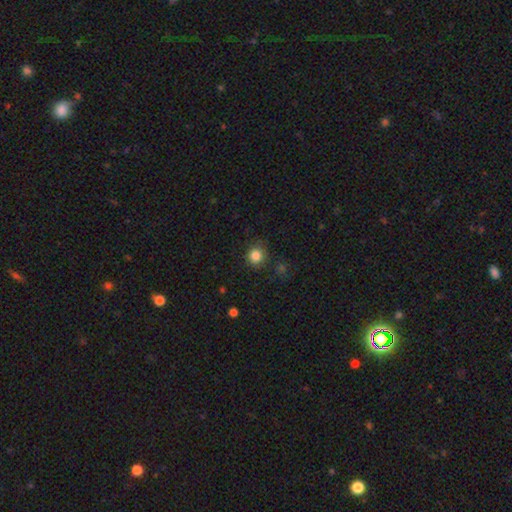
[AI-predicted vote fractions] Q: Smooth or featured?
A: smooth (84%); runner-up: star or artifact (12%)
Q: How rounded?
A: round (91%); runner-up: in between (8%)
Q: Merging?
A: none (86%); runner-up: minor disturbance (9%)